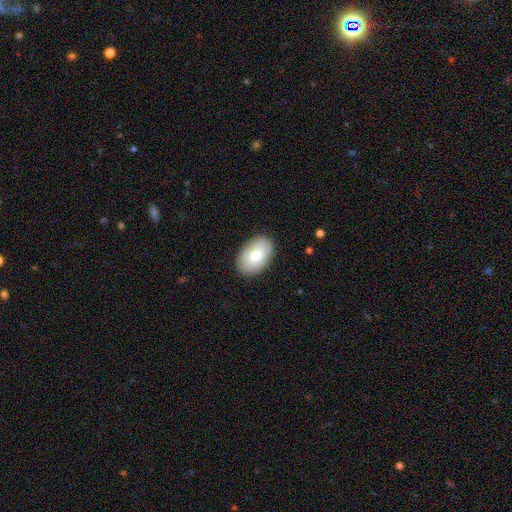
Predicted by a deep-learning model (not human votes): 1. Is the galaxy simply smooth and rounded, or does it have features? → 76% smooth, 17% featured or disk, 7% star or artifact.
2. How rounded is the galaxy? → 90% in between, 9% round, 1% cigar-shaped.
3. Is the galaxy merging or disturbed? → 88% none, 9% minor disturbance, 2% major disturbance, 1% merger.